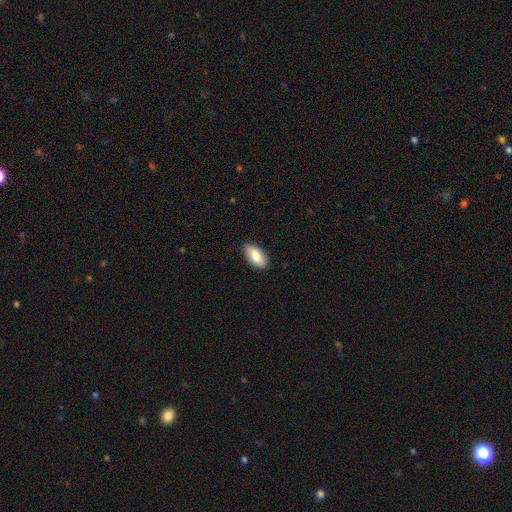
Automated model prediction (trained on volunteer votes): This appears to be a smooth galaxy with no disk features (86%) that is in between round and cigar-shaped (94%). Merging: none (87%).